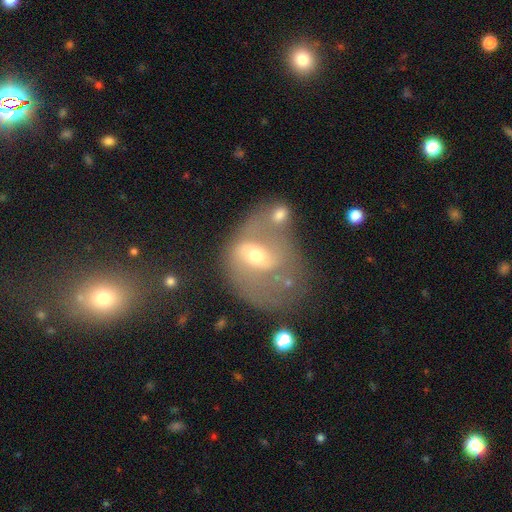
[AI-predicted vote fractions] smooth-or-featured: featured or disk: 58% | smooth: 32% | star or artifact: 11%
  disk-edge-on: no: 95% | yes: 5%
    bar: no: 44% | weak: 40% | strong: 16%
    has-spiral-arms: yes: 53% | no: 47%
    bulge-size: moderate: 55% | small: 37% | large: 5% | none: 2% | dominant: 1%
  merging: major disturbance: 28% | merger: 27% | none: 26% | minor disturbance: 19%